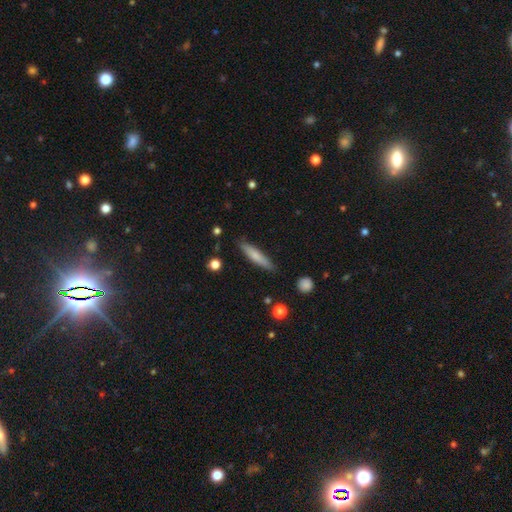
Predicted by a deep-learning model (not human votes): This is likely a smooth galaxy (70%). How rounded: clearly cigar-shaped (87%). Merging: clearly none (86%).